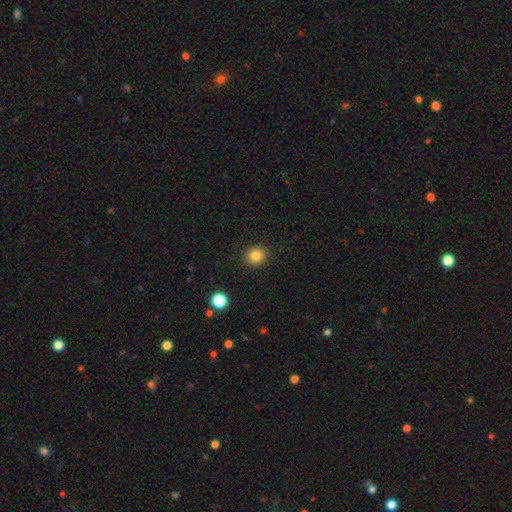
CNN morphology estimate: Smooth or featured? Predicted: smooth (p=0.83). How rounded? Predicted: round (p=0.80). Merging? Predicted: none (p=0.90).